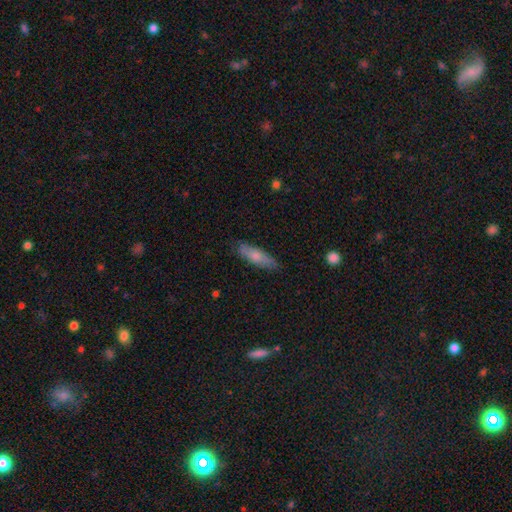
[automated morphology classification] Smooth or featured? Predicted: smooth (p=0.68). How rounded? Predicted: cigar-shaped (p=0.56). Merging? Predicted: none (p=0.83).